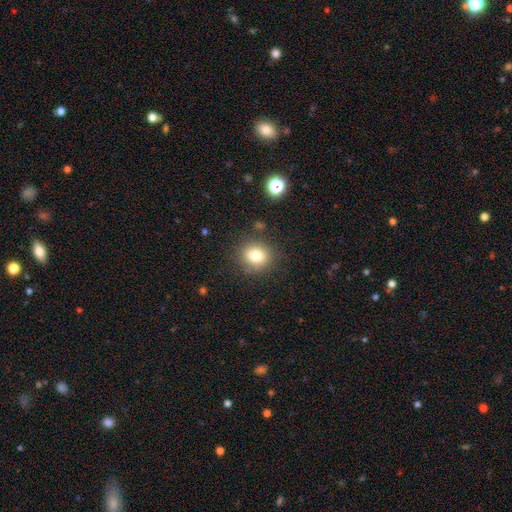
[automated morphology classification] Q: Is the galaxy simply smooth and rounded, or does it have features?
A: smooth — 79%.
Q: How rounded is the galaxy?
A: round — 78%.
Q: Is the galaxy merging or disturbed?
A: none — 83%.